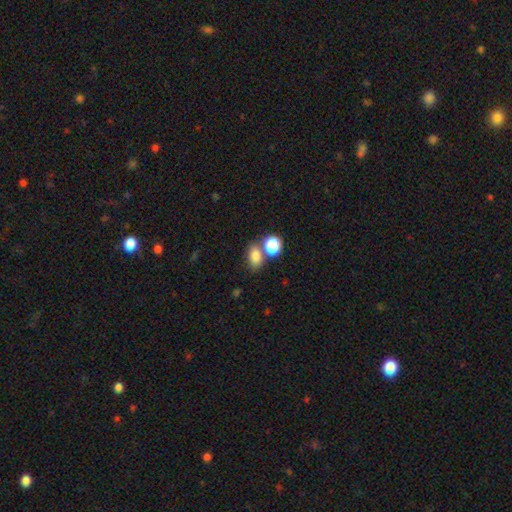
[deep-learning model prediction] Smooth or featured? smooth (80%)
How rounded? in between (73%)
Merging? none (55%)